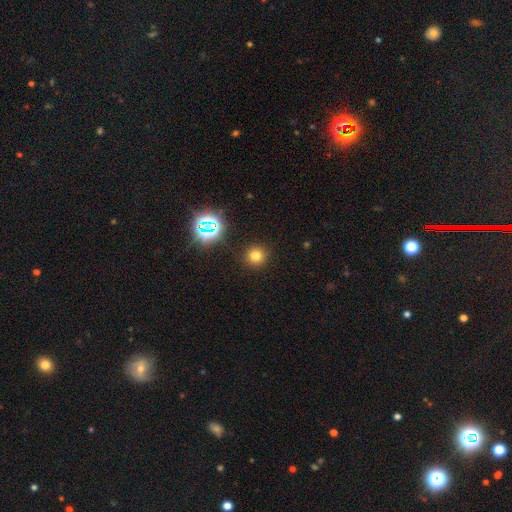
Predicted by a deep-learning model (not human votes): smooth-or-featured: smooth: 72% | star or artifact: 21% | featured or disk: 7%
  how-rounded: round: 94% | in between: 5% | cigar-shaped: 1%
  merging: none: 91% | minor disturbance: 5% | major disturbance: 2% | merger: 1%